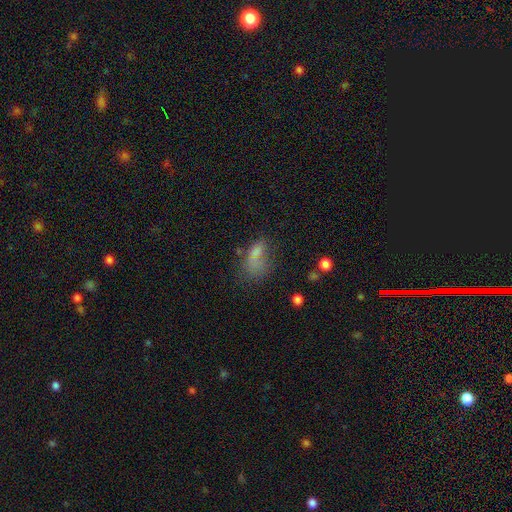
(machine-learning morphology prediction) Smooth or featured: smooth — 66% (featured or disk — 18%)
How rounded: in between — 83% (round — 14%)
Merging: major disturbance — 35% (none — 29%)